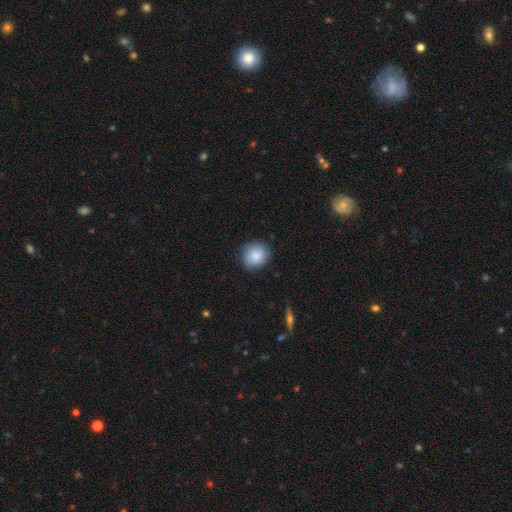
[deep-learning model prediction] The model was most divided on "merging": none: 78%, minor disturbance: 18%, major disturbance: 3%, merger: 1%. More confident: smooth or featured — smooth (84%); how rounded — round (80%).